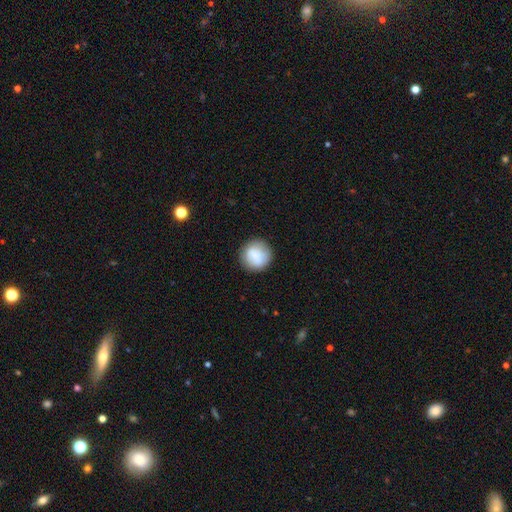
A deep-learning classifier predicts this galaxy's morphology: A smooth galaxy with no disk features (79%) that is round (92%). Merging: none (83%).